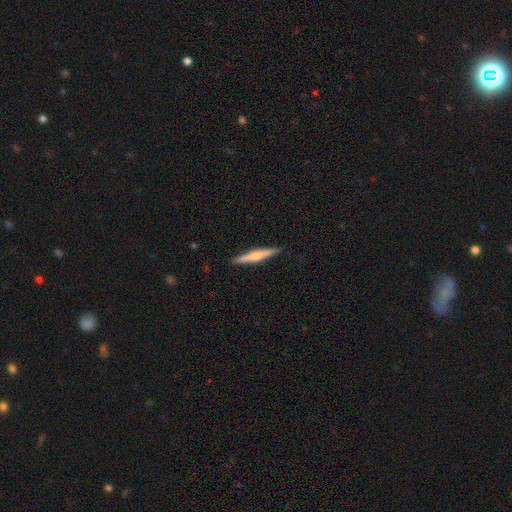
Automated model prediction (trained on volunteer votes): Overall: featured or disk (58%; smooth 37%). Edge-on disk: yes (98%). Edge-on bulge: rounded (75%). Merging: none (91%).